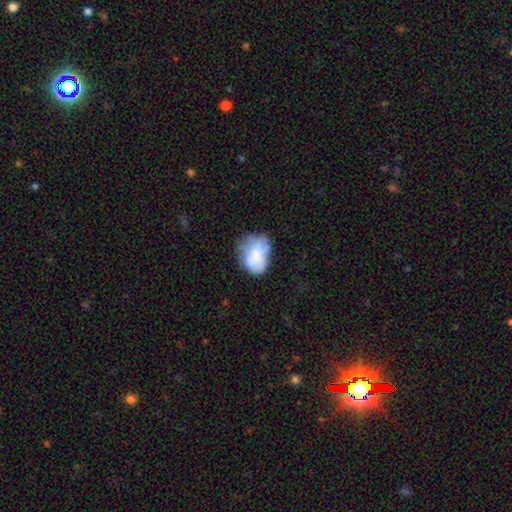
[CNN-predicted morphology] Smooth or featured?
  - smooth: 63% *
  - featured or disk: 28%
  - star or artifact: 9%
How rounded?
  - in between: 70% *
  - round: 29%
  - cigar-shaped: 1%
Merging?
  - none: 39% *
  - minor disturbance: 32%
  - major disturbance: 23%
  - merger: 5%